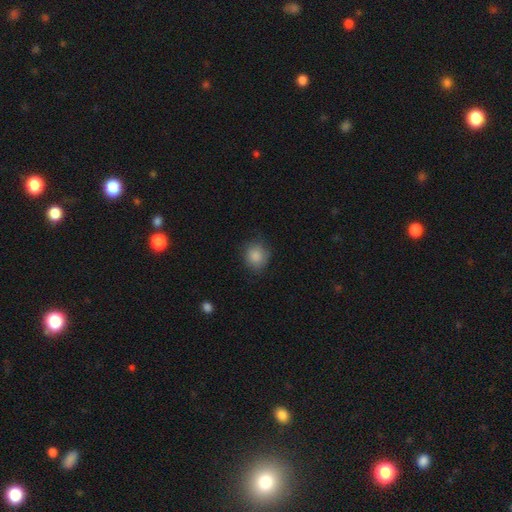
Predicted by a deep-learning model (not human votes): Smooth or featured: smooth — 87% (star or artifact — 8%)
How rounded: round — 80% (in between — 19%)
Merging: none — 79% (minor disturbance — 16%)